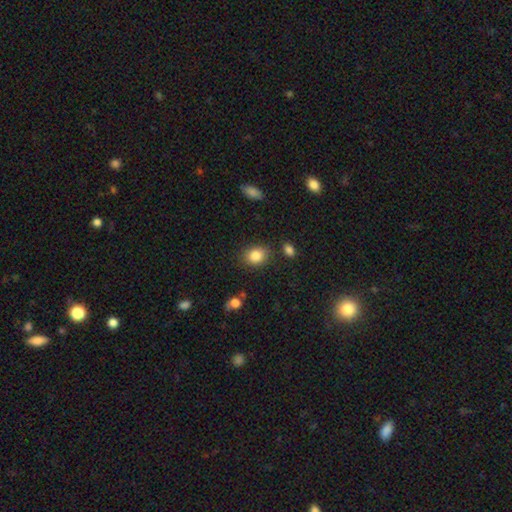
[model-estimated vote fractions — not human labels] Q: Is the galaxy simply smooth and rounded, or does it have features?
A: smooth — 85%.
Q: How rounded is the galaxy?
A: in between — 53%.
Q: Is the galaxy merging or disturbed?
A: none — 82%.